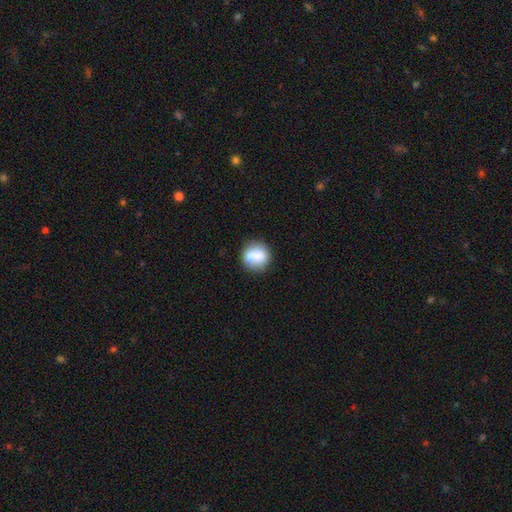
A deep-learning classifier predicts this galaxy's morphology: Overall: smooth (79%). How rounded: round (83%). Merging: none (70%).